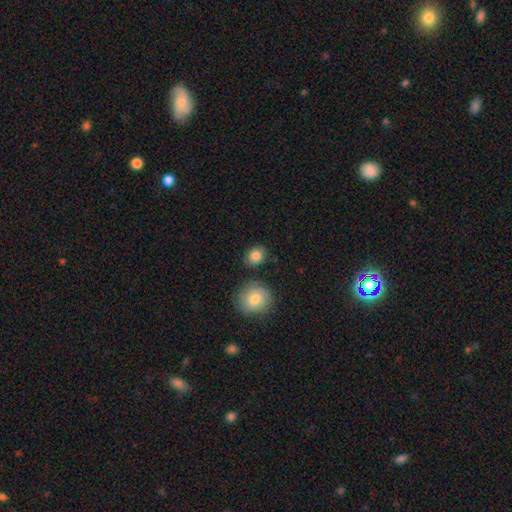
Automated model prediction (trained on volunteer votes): Smooth or featured: smooth — 85% (star or artifact — 8%)
How rounded: round — 65% (in between — 34%)
Merging: none — 80% (minor disturbance — 11%)